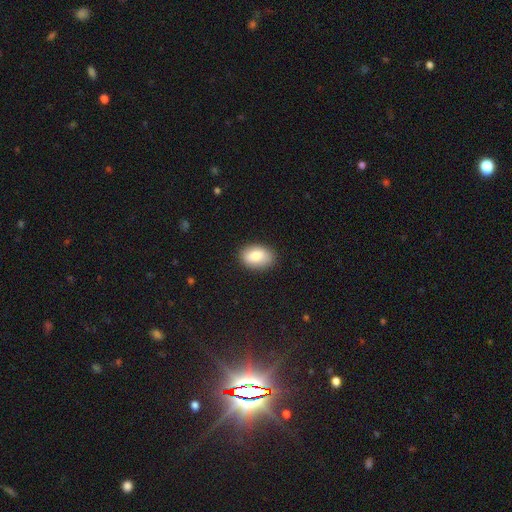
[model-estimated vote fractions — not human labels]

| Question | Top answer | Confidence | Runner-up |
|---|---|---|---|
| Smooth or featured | smooth | 83% | featured or disk (10%) |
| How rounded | in between | 86% | round (13%) |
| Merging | none | 87% | minor disturbance (10%) |